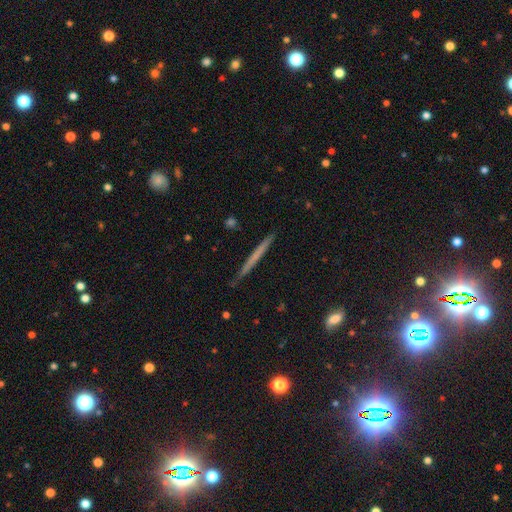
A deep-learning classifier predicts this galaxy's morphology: This appears to be a smooth galaxy with no disk features (49%). Merging: none (89%).